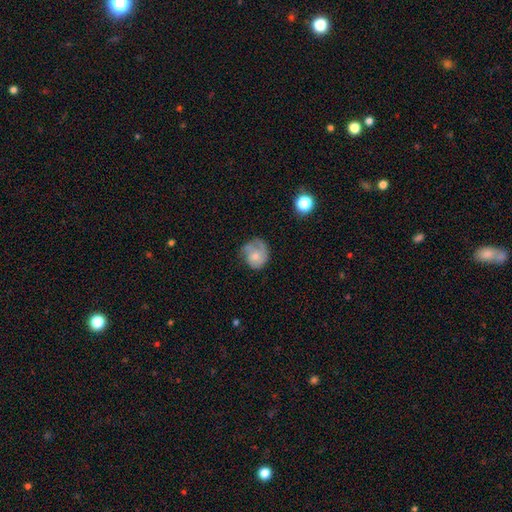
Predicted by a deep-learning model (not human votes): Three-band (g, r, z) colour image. It shows a featured or disk galaxy (47%). Merging: none (48%).